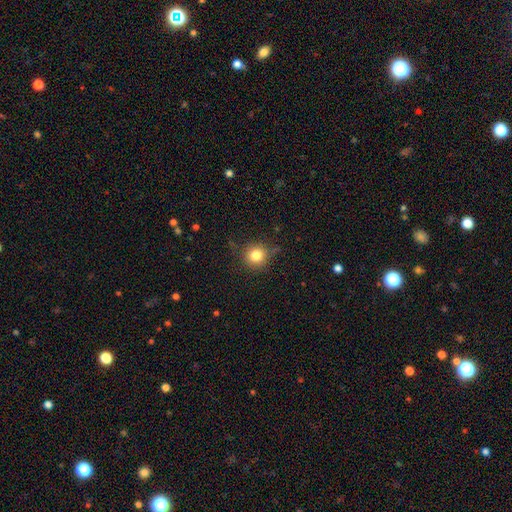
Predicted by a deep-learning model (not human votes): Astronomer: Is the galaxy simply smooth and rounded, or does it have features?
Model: smooth — 82%.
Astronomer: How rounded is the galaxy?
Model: round — 93%.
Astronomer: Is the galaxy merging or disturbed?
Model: none — 85%.